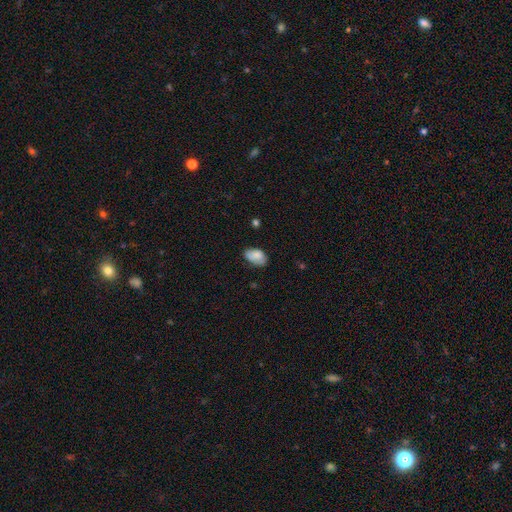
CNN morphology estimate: smooth_or_featured: smooth (p=0.77) [alt: featured or disk p=0.15]
how_rounded: in between (p=0.90) [alt: round p=0.08]
merging: none (p=0.62) [alt: minor disturbance p=0.29]